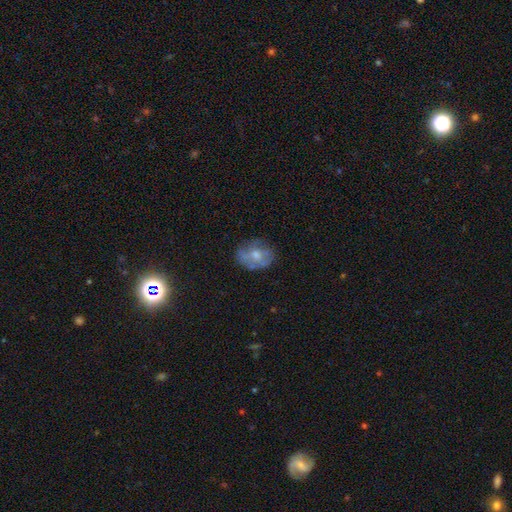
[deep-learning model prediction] Smooth or featured: smooth — 48% (featured or disk — 44%)
Merging: none — 60% (minor disturbance — 24%)